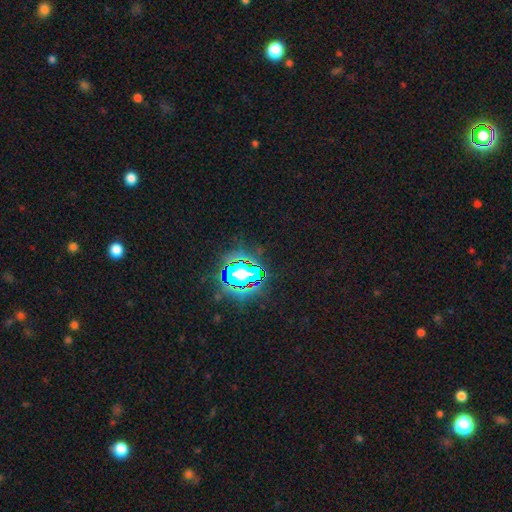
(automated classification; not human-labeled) Morphology: type=star or artifact (83%).